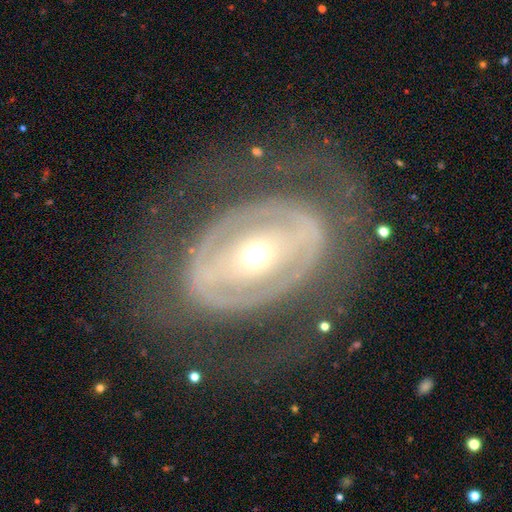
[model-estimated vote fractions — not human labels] Smooth or featured?
  - featured or disk: 78% *
  - smooth: 16%
  - star or artifact: 6%
Edge-on disk?
  - no: 93% *
  - yes: 7%
Bar?
  - strong: 43% *
  - no: 31%
  - weak: 27%
Spiral arms?
  - no: 61% *
  - yes: 39%
Bulge size?
  - moderate: 52% *
  - small: 40%
  - large: 5%
  - dominant: 1%
  - none: 1%
Merging?
  - none: 72% *
  - major disturbance: 14%
  - minor disturbance: 13%
  - merger: 1%